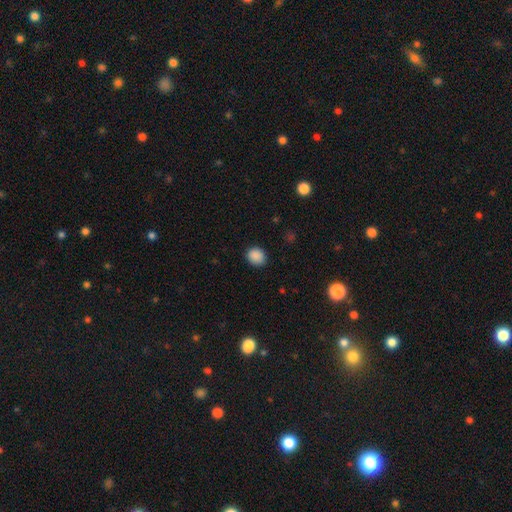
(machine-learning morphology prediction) type=smooth (89%); roundness=round (69%); merging=none (88%).